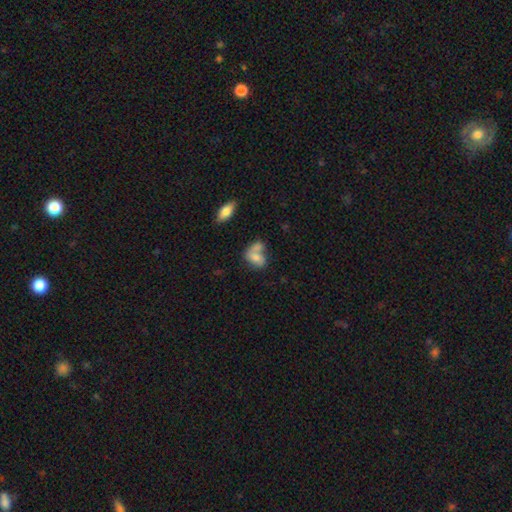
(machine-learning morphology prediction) This appears to be a smooth galaxy with no disk features (65%) that is in between round and cigar-shaped (78%). Merging: merger (47%).